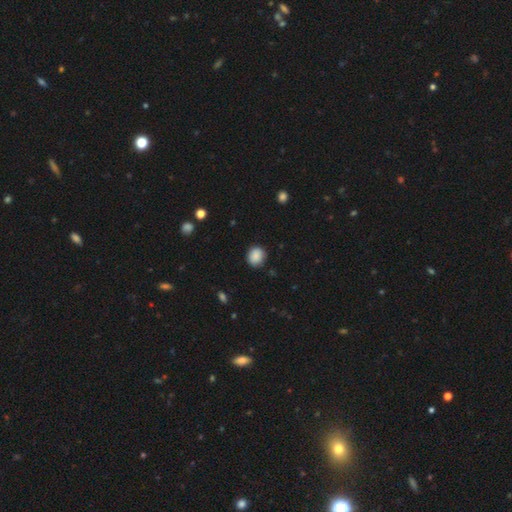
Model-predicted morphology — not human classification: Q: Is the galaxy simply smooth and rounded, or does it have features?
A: smooth — 88%.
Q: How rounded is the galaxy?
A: round — 77%.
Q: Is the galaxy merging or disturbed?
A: none — 84%.